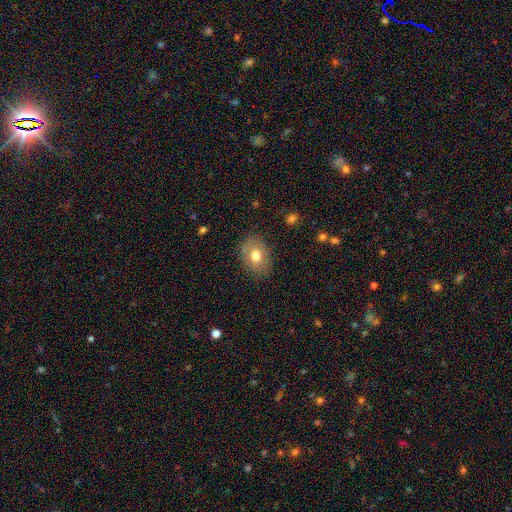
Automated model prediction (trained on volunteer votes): Smooth or featured: smooth — 73% (featured or disk — 18%)
How rounded: in between — 71% (round — 28%)
Merging: none — 82% (minor disturbance — 13%)